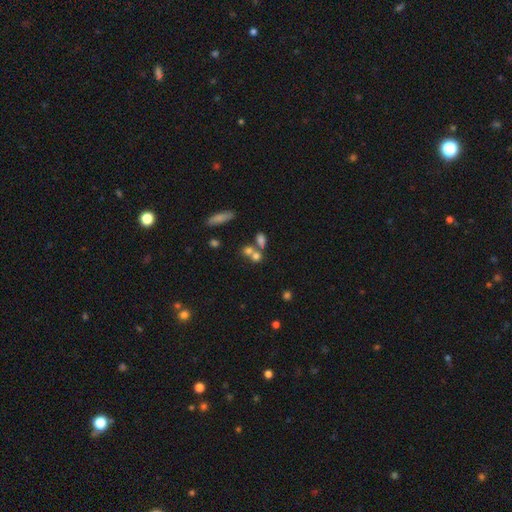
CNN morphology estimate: Q: Smooth or featured?
A: smooth (67%); runner-up: featured or disk (17%)
Q: How rounded?
A: round (62%); runner-up: in between (34%)
Q: Merging?
A: merger (50%); runner-up: none (38%)